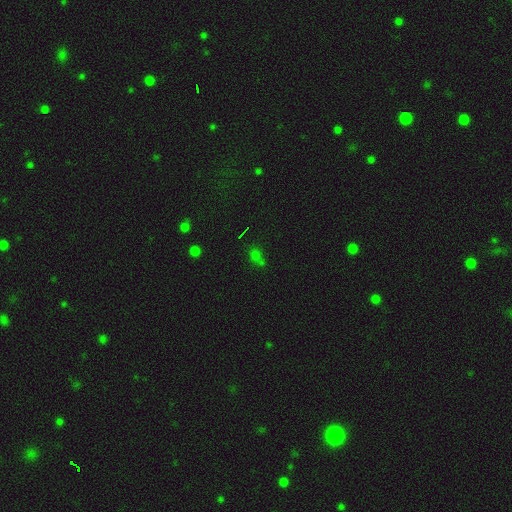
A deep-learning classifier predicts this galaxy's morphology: smooth-or-featured: smooth: 48% | star or artifact: 41% | featured or disk: 10%
  merging: none: 57% | merger: 17% | minor disturbance: 17% | major disturbance: 9%